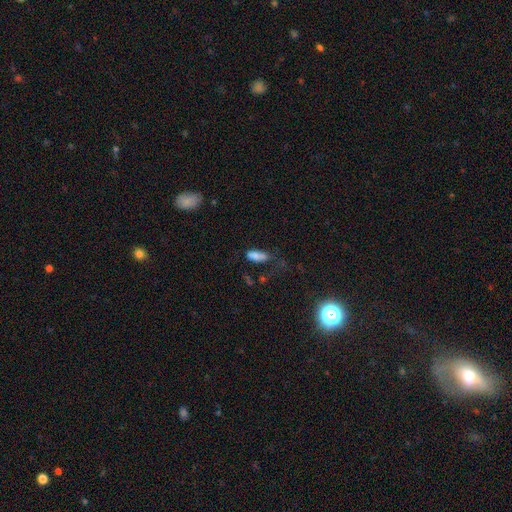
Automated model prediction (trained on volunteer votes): This is likely a smooth galaxy (73%). How rounded: likely in between (77%). Merging: marginally none (34%).